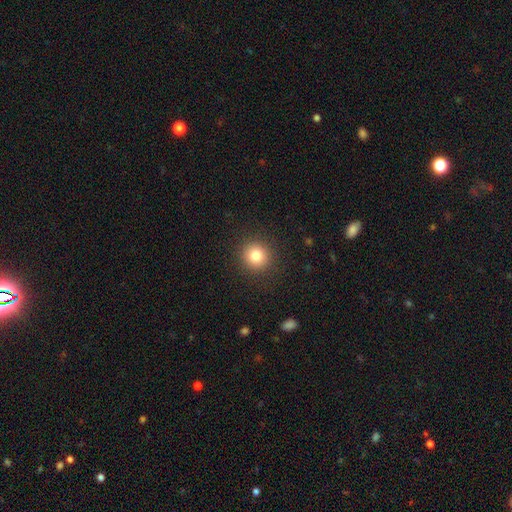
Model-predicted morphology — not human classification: The model was most divided on "smooth or featured": smooth: 81%, star or artifact: 12%, featured or disk: 7%. More confident: how rounded — round (94%); merging — none (91%).